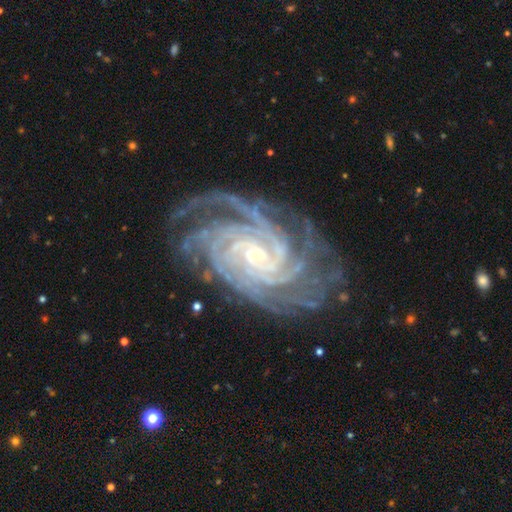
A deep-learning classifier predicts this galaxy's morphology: This is clearly a featured or disk galaxy (92%). It is clearly not viewed edge-on (97%). Bar: possibly no (50%). Spiral arm pattern: clearly yes (99%). Spiral arm count: marginally 4 (29%). Spiral winding: clearly tight (81%). Central bulge: likely small (71%). Merging: likely none (76%).